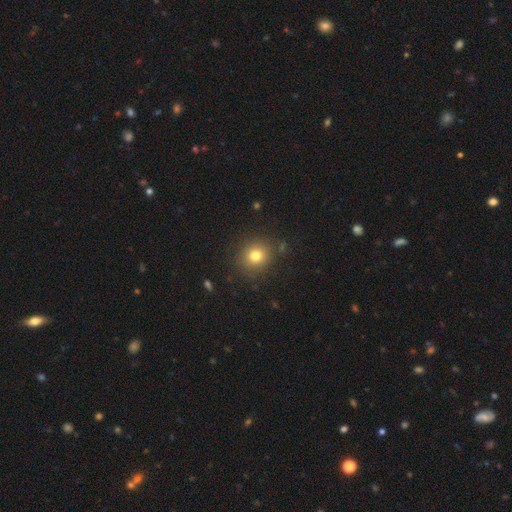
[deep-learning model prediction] Q: Smooth or featured?
A: smooth (77%); runner-up: star or artifact (14%)
Q: How rounded?
A: round (88%); runner-up: in between (12%)
Q: Merging?
A: none (87%); runner-up: minor disturbance (8%)